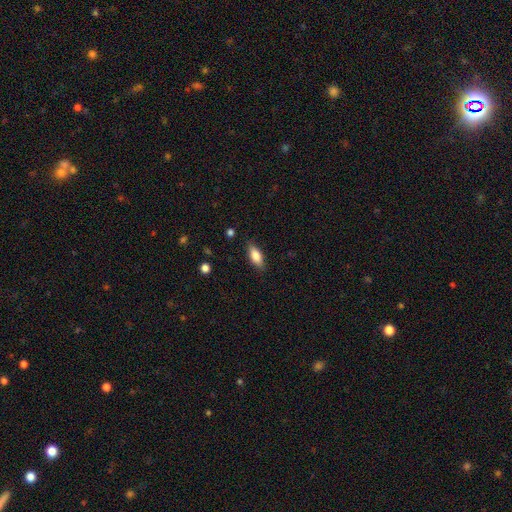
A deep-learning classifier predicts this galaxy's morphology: smooth 79%, featured or disk 14%, star or artifact 7%. Down the decision tree: how rounded — in between (79%); merging — none (84%).